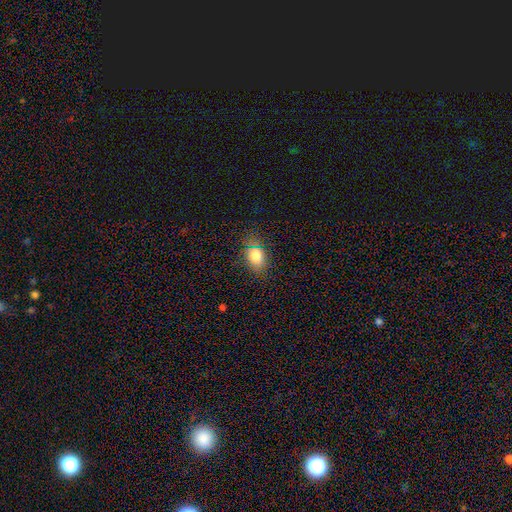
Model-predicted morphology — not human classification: A smooth galaxy with no disk features (80%) that is in between round and cigar-shaped (83%). Merging: none (80%).